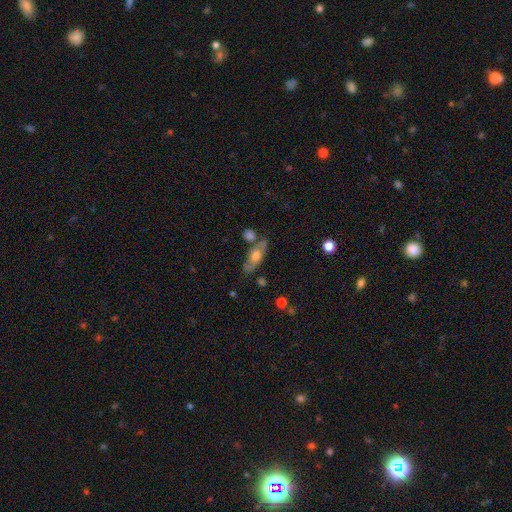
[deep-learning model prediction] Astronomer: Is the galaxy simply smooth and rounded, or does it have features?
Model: smooth — 50% (runner-up: featured or disk, 43%).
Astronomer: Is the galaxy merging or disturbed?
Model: none — 67%.